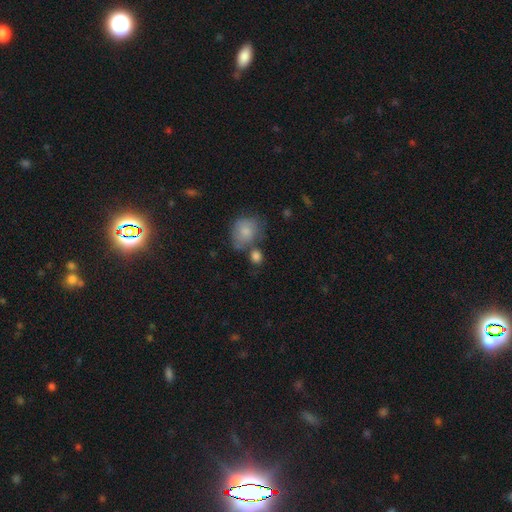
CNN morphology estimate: A smooth galaxy with no disk features (81%) that is round (69%). Merging: none (57%).